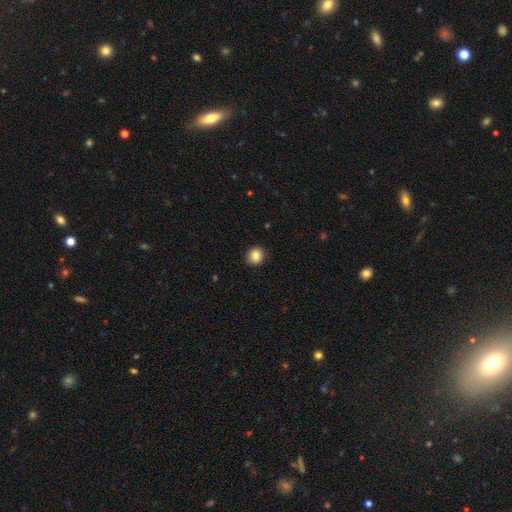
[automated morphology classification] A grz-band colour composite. It shows a smooth galaxy with no disk features (86%) that is round (89%). Merging: none (91%).